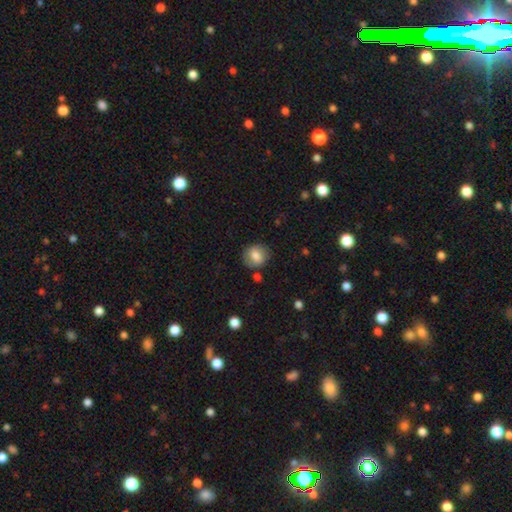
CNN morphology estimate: Smooth or featured?
  - smooth: 76% *
  - featured or disk: 16%
  - star or artifact: 8%
How rounded?
  - round: 72% *
  - in between: 27%
  - cigar-shaped: 1%
Merging?
  - none: 79% *
  - minor disturbance: 13%
  - major disturbance: 4%
  - merger: 3%